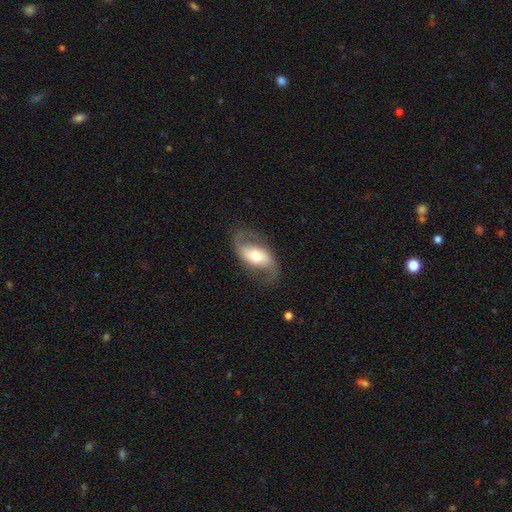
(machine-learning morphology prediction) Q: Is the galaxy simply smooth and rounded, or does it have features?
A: featured or disk — 80%.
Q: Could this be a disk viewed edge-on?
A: no — 96%.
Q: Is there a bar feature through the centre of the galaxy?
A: no — 39%.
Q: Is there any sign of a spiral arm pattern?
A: yes — 92%.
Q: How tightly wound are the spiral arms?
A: loose — 60%.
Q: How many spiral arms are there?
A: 2 — 92%.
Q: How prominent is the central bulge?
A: moderate — 62%.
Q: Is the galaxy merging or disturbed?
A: none — 76%.